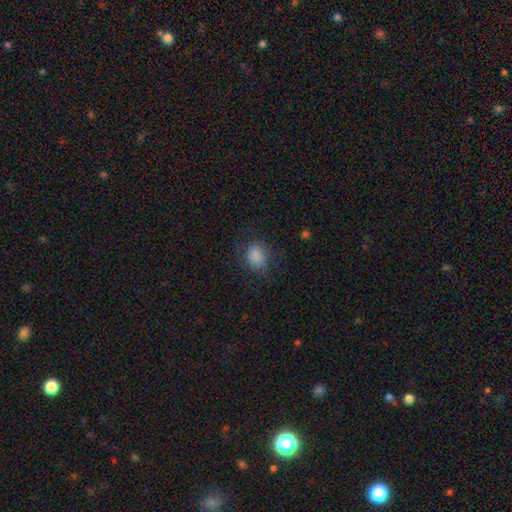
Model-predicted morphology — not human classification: Overall: smooth (81%). How rounded: round (55%; in between 44%). Merging: none (72%).